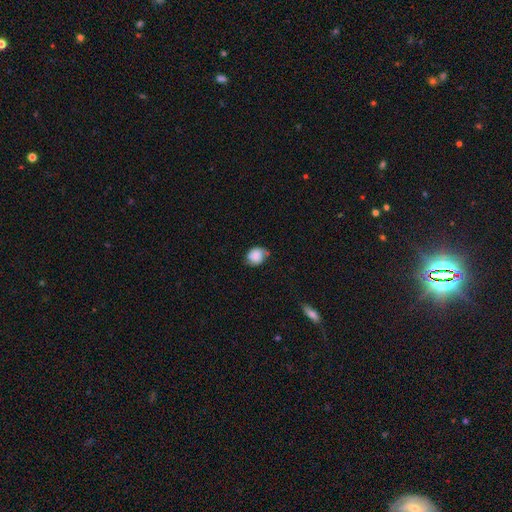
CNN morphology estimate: Smooth or featured: smooth — 73% (featured or disk — 18%)
How rounded: round — 62% (in between — 37%)
Merging: none — 58% (minor disturbance — 32%)